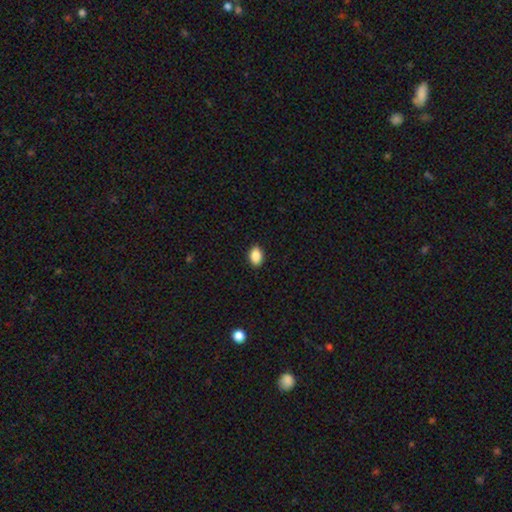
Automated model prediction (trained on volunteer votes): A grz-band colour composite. It shows a smooth galaxy with no disk features (88%) that is in between round and cigar-shaped (81%). Merging: none (89%).